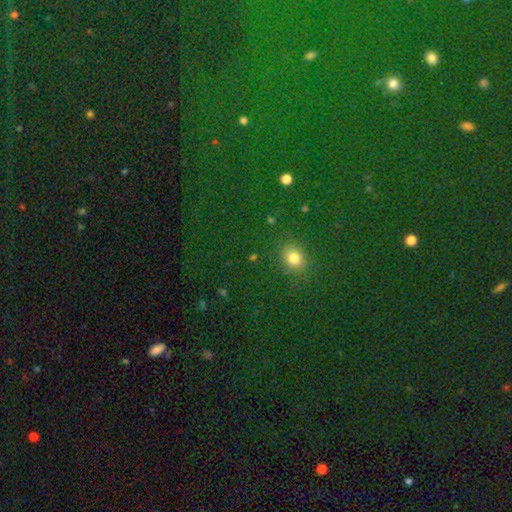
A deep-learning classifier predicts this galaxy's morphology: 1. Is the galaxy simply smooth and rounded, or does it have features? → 54% smooth, 40% star or artifact, 7% featured or disk.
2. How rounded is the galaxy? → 63% round, 34% in between, 3% cigar-shaped.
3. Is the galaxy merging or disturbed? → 89% none, 6% minor disturbance, 3% major disturbance, 2% merger.